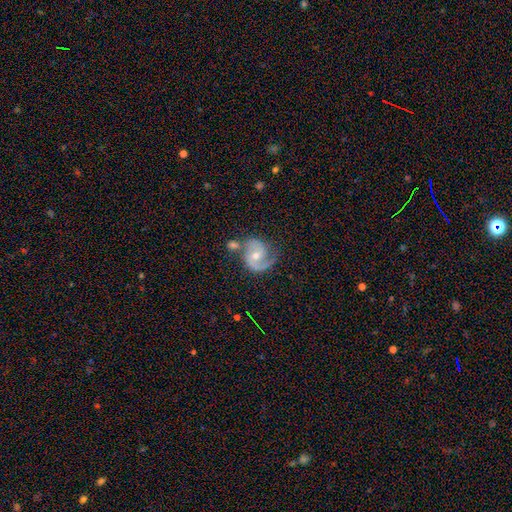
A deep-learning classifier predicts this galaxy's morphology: Smooth or featured: featured or disk — 87% (smooth — 8%)
Edge-on disk: no — 98% (yes — 2%)
Bar: no — 60% (weak — 32%)
Spiral arms: yes — 97% (no — 3%)
Spiral winding: medium — 48% (tight — 37%)
Spiral arm count: 2 — 73% (1 — 20%)
Bulge size: moderate — 56% (small — 40%)
Merging: none — 59% (minor disturbance — 19%)